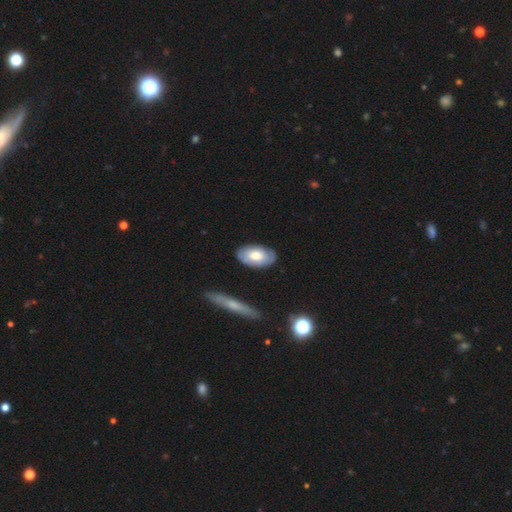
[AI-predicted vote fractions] Overall: smooth (56%; featured or disk 38%). How rounded: in between (92%). Merging: none (78%).